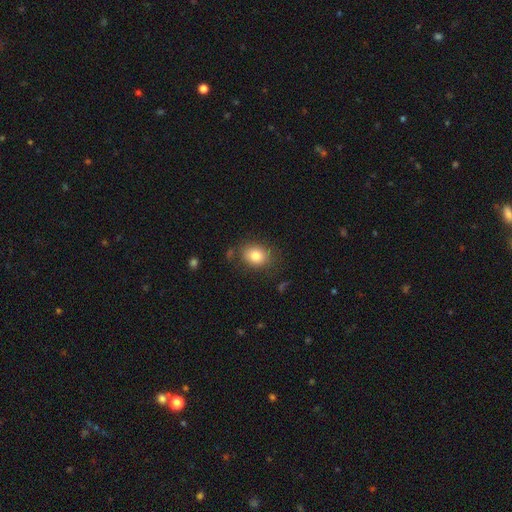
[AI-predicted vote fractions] Overall: smooth (82%). How rounded: round (50%; in between 49%). Merging: none (77%).